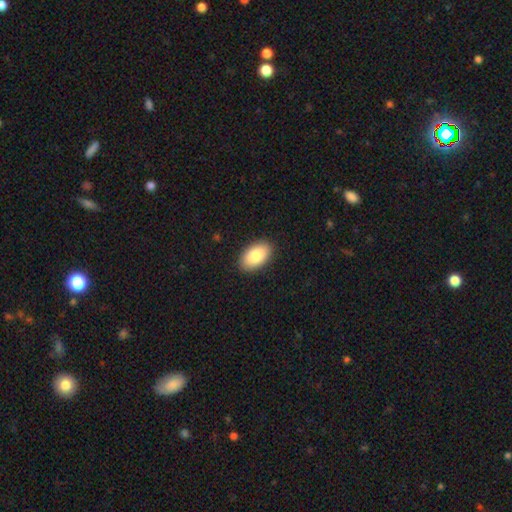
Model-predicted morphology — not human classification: Smooth or featured? Predicted: smooth (p=0.88). How rounded? Predicted: in between (p=0.95). Merging? Predicted: none (p=0.89).